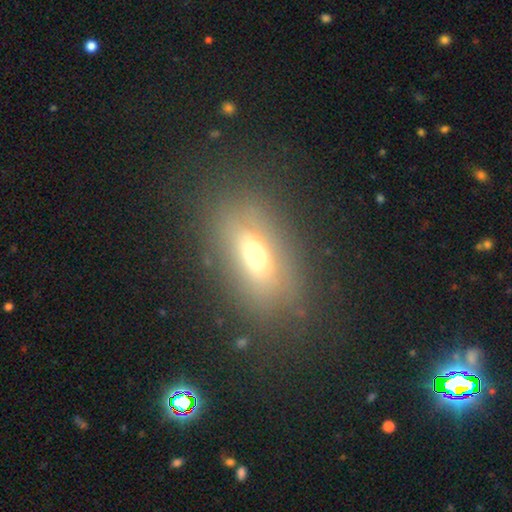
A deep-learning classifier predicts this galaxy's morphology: smooth_or_featured: smooth (p=0.58) [alt: featured or disk p=0.27]
how_rounded: in between (p=0.80) [alt: cigar-shaped p=0.10]
merging: none (p=0.78) [alt: minor disturbance p=0.13]